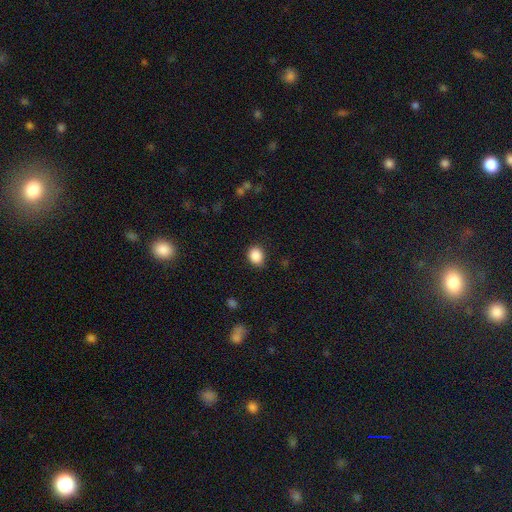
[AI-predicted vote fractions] The model was most divided on "how rounded": round: 59%, in between: 40%, cigar-shaped: 1%. More confident: smooth or featured — smooth (88%); merging — none (84%).